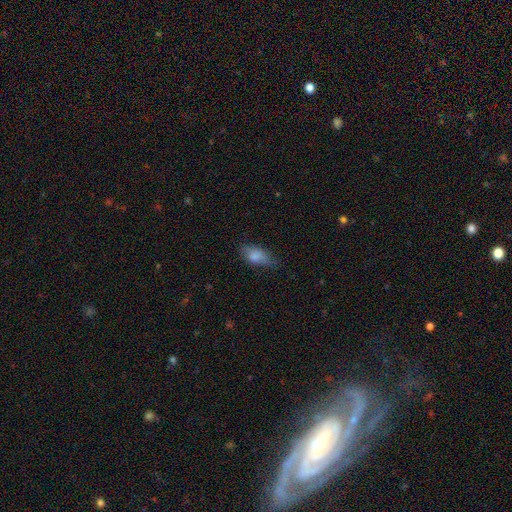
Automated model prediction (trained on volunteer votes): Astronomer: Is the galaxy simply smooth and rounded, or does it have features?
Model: smooth — 81%.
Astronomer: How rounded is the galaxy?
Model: in between — 88%.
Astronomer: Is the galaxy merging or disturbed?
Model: none — 57%.